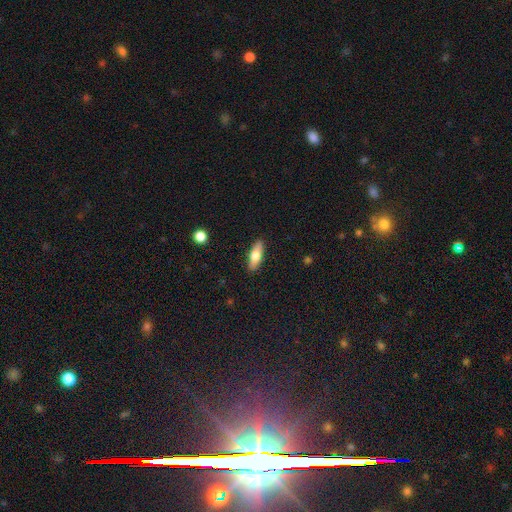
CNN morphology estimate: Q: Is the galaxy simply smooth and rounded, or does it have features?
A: smooth — 65%.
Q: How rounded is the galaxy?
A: in between — 56%.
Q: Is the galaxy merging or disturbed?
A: none — 89%.